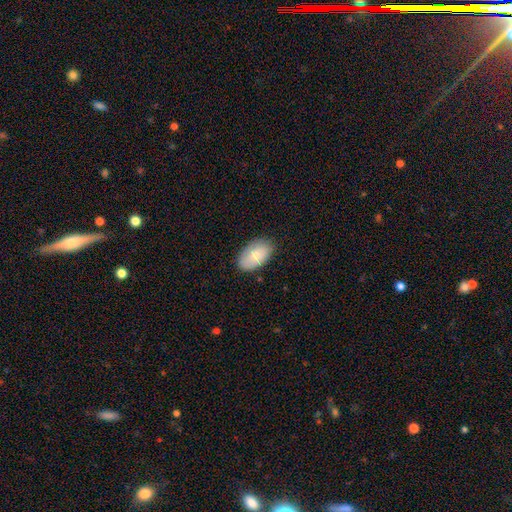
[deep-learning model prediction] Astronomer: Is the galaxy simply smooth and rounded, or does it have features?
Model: smooth — 78%.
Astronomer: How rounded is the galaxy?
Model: in between — 93%.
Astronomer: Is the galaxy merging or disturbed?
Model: none — 81%.